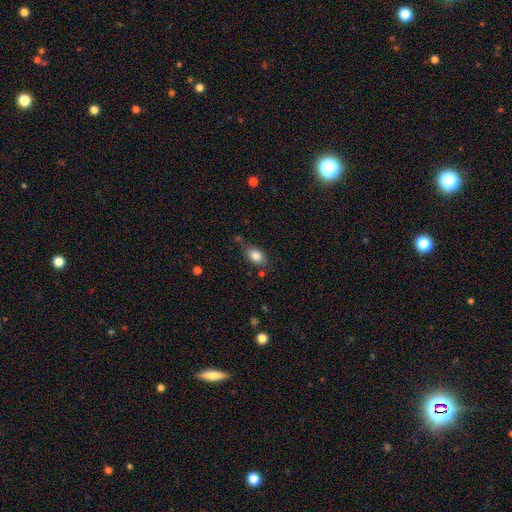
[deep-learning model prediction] Morphology: type=smooth (82%); roundness=in between (84%); merging=none (66%).